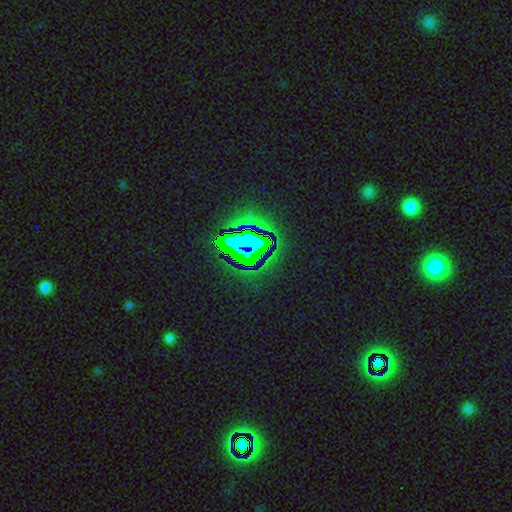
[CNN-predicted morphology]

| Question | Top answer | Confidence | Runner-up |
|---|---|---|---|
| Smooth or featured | star or artifact | 73% | smooth (14%) |